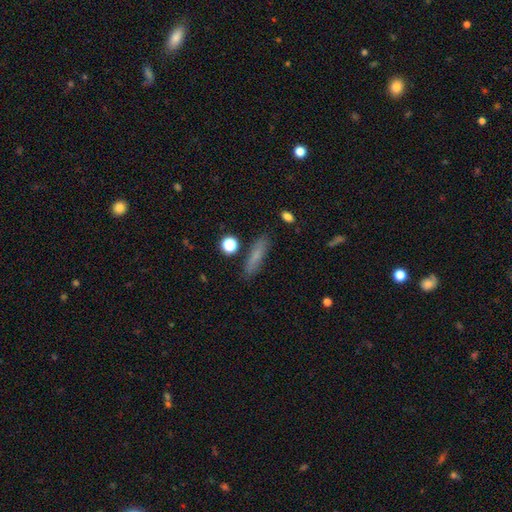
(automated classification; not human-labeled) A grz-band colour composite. It shows a smooth galaxy with no disk features (72%) that is cigar-shaped (74%). Merging: none (85%).